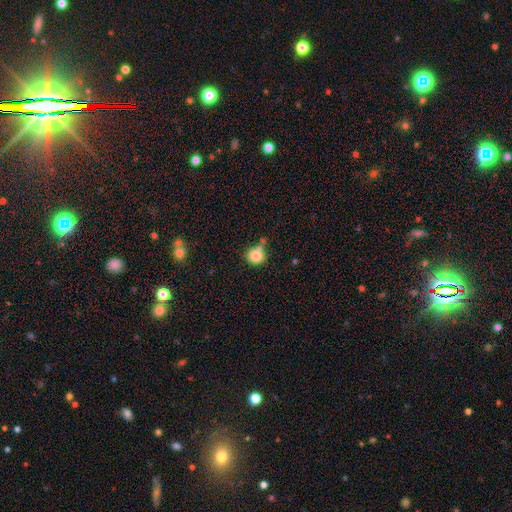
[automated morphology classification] The model was most divided on "merging": none: 67%, merger: 18%, minor disturbance: 12%, major disturbance: 3%. More confident: how rounded — round (86%); smooth or featured — smooth (82%).